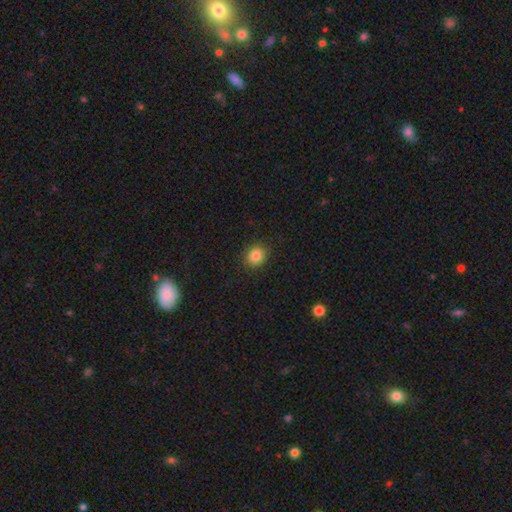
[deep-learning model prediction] Smooth or featured: smooth — 84% (star or artifact — 11%)
How rounded: round — 77% (in between — 22%)
Merging: none — 89% (minor disturbance — 7%)